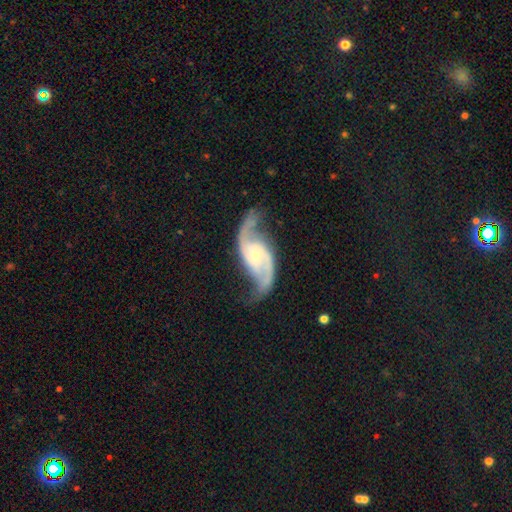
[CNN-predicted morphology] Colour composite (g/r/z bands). It shows a featured or disk galaxy (91%) with no bar (48%), 2 (94%) loose (53%) spiral arms (98%) and a small central bulge (60%). Merging: none (71%).